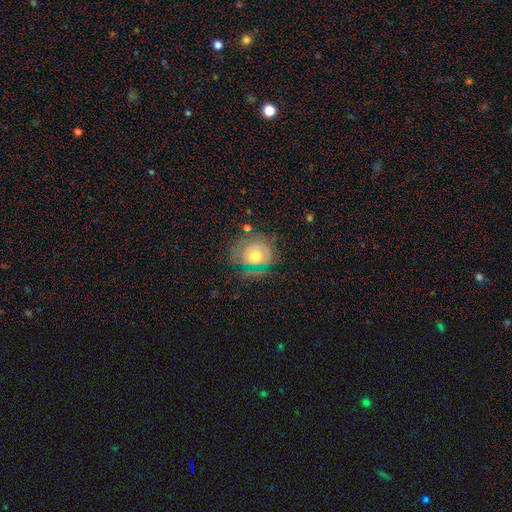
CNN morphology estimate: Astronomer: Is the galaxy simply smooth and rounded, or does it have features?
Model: featured or disk — 51% (runner-up: smooth, 38%).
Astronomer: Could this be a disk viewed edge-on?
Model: no — 95%.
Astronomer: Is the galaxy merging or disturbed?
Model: none — 60%.